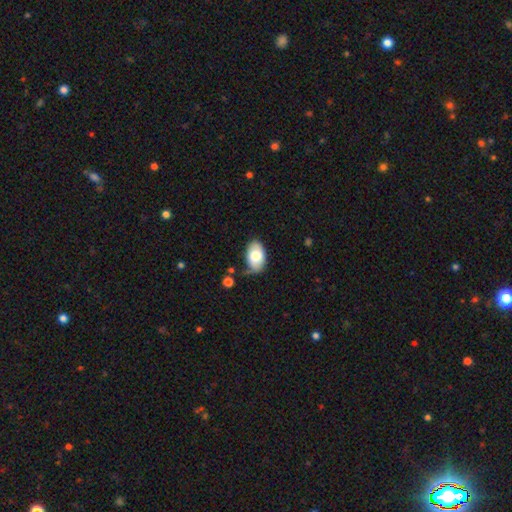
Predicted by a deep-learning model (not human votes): Smooth or featured?
  - smooth: 77% *
  - featured or disk: 17%
  - star or artifact: 7%
How rounded?
  - in between: 93% *
  - round: 6%
  - cigar-shaped: 1%
Merging?
  - none: 63% *
  - minor disturbance: 27%
  - major disturbance: 6%
  - merger: 4%